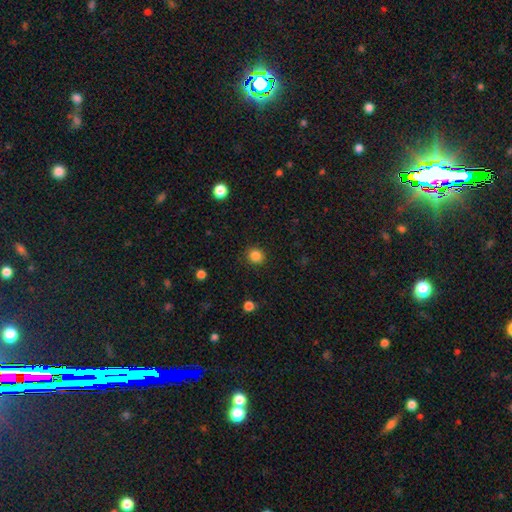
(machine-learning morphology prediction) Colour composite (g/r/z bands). It shows a smooth galaxy with no disk features (85%) that is round (83%). Merging: none (90%).